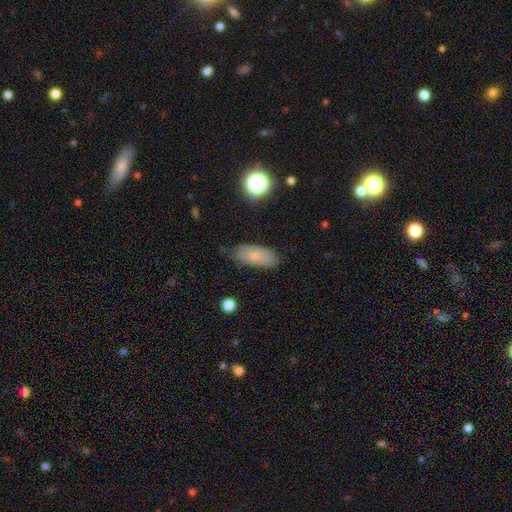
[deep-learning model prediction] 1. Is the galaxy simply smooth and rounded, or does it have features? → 67% smooth, 24% featured or disk, 9% star or artifact.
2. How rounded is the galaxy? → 84% in between, 13% cigar-shaped, 4% round.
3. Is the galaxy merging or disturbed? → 68% none, 25% minor disturbance, 5% major disturbance, 2% merger.